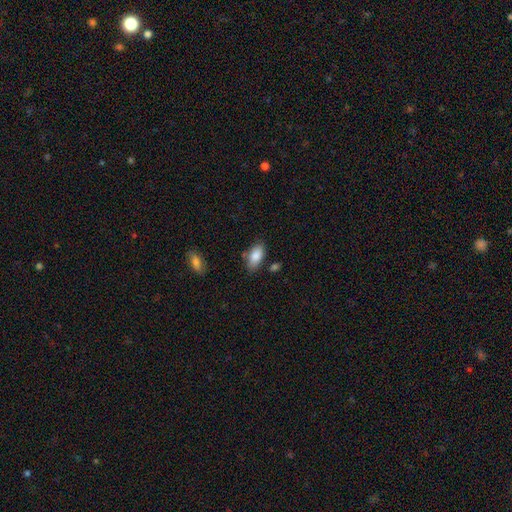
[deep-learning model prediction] The model was most divided on "merging": none: 74%, minor disturbance: 17%, merger: 6%, major disturbance: 4%. More confident: how rounded — in between (92%); smooth or featured — smooth (86%).